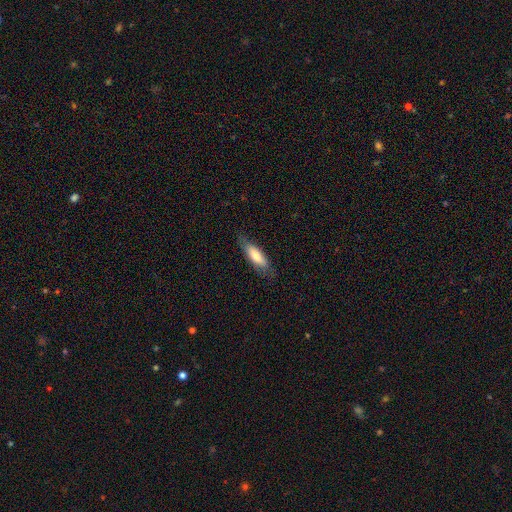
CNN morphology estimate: The model was most divided on "how rounded": in between: 52%, cigar-shaped: 46%, round: 2%. More confident: merging — none (75%); smooth or featured — smooth (72%).